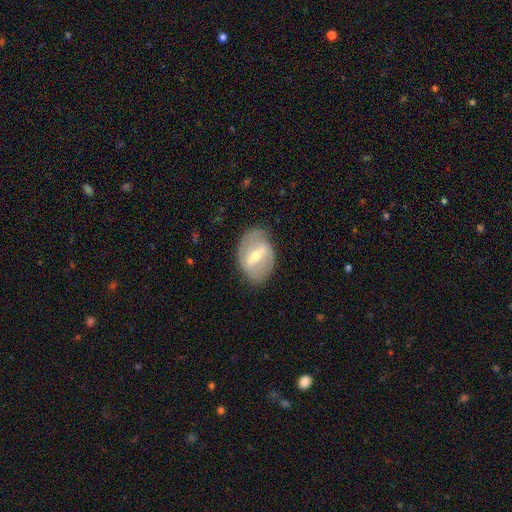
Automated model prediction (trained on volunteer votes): This appears to be a featured or disk galaxy (68%) with a strong bar (60%), no spiral arms (54%) and a moderate central bulge (53%). Merging: none (75%).